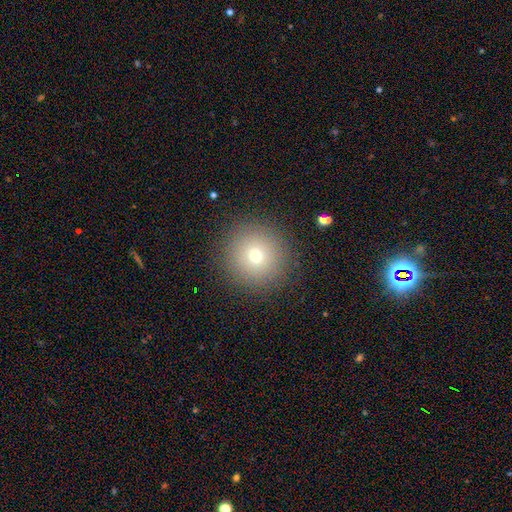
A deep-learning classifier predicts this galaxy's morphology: The model was most divided on "smooth or featured": smooth: 72%, star or artifact: 16%, featured or disk: 12%. More confident: how rounded — round (95%); merging — none (90%).